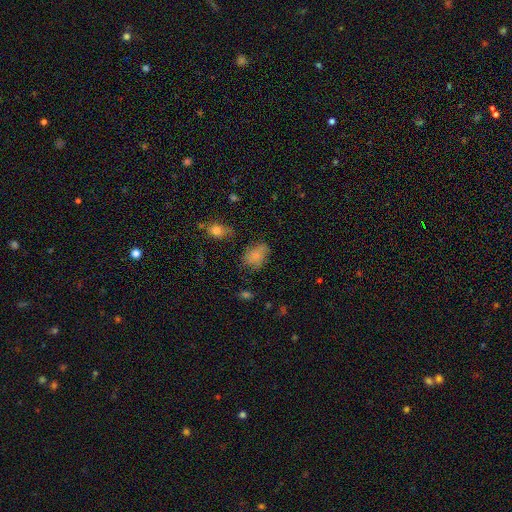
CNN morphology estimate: type=smooth (75%); roundness=in between (75%); merging=none (58%).